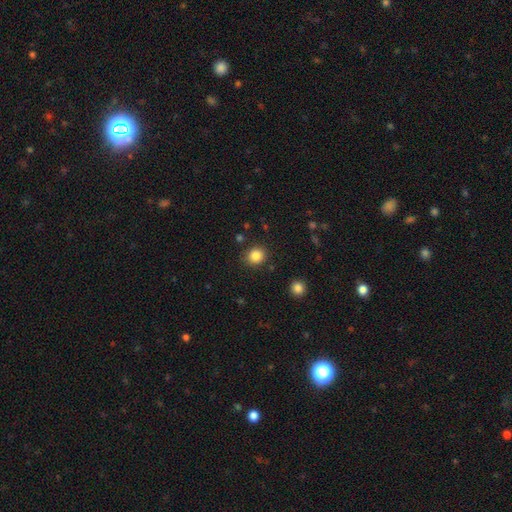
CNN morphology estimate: Smooth or featured: smooth — 85% (star or artifact — 10%)
How rounded: round — 77% (in between — 22%)
Merging: none — 86% (minor disturbance — 8%)